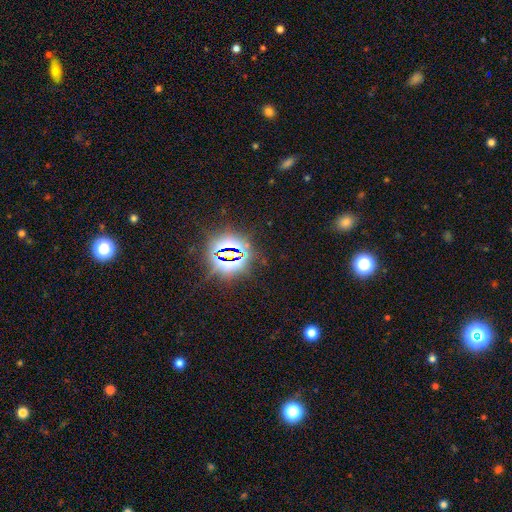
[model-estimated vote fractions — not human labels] smooth_or_featured: star or artifact (p=0.80) [alt: smooth p=0.13]